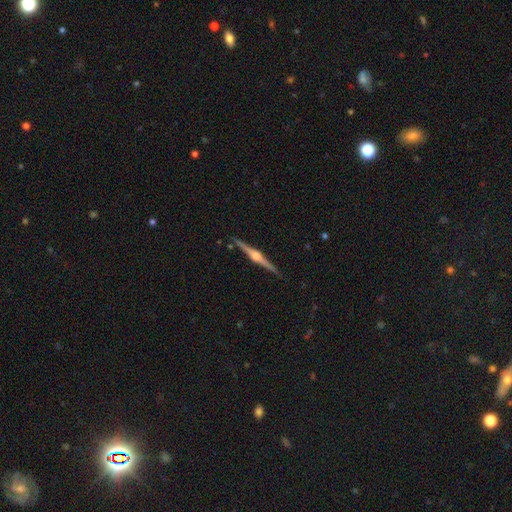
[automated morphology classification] type=featured or disk (87%); edge-on=yes (99%); edge-on bulge=rounded (93%); merging=none (91%).